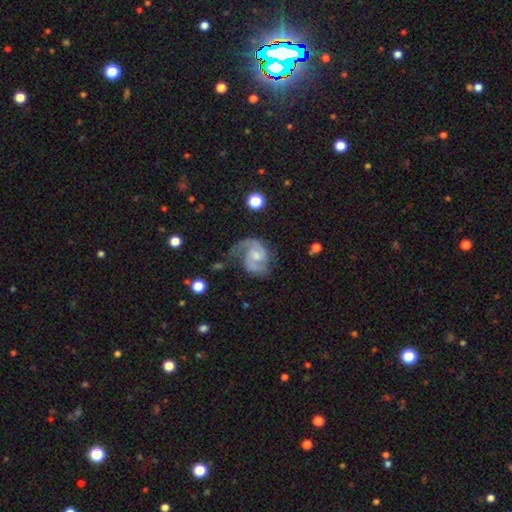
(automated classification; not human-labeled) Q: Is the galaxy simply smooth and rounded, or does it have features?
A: featured or disk — 89%.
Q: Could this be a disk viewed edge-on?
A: no — 98%.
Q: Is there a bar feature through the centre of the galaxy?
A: no — 48%.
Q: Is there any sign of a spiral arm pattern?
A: yes — 98%.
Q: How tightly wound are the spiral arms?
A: medium — 56%.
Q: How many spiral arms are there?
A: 2 — 88%.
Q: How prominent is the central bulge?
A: small — 44%.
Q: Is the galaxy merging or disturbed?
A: none — 61%.